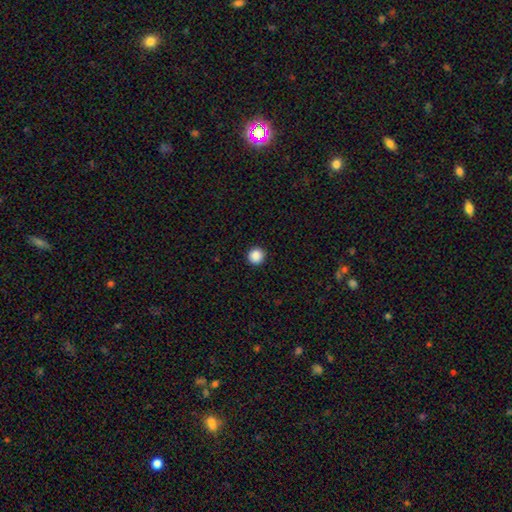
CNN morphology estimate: smooth-or-featured: smooth: 88% | star or artifact: 9% | featured or disk: 2%
  how-rounded: round: 95% | in between: 4% | cigar-shaped: 1%
  merging: none: 93% | minor disturbance: 4% | major disturbance: 2% | merger: 1%